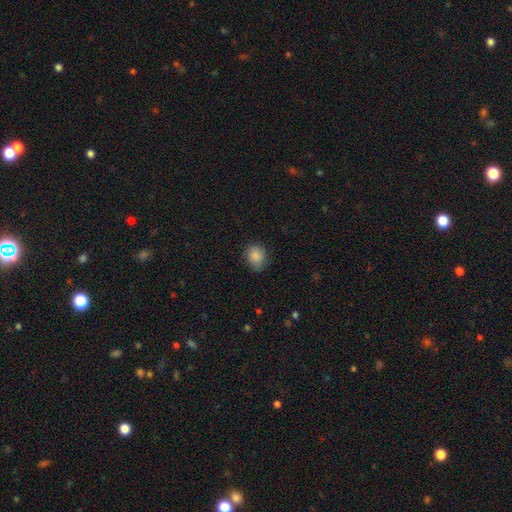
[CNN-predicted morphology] Smooth or featured?
  - smooth: 85% *
  - star or artifact: 8%
  - featured or disk: 7%
How rounded?
  - round: 59% *
  - in between: 40%
  - cigar-shaped: 1%
Merging?
  - none: 72% *
  - minor disturbance: 22%
  - major disturbance: 4%
  - merger: 1%